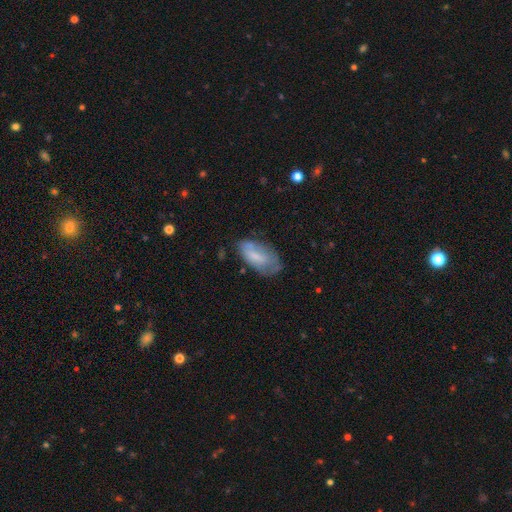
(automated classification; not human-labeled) Overall: smooth (63%; featured or disk 30%). How rounded: in between (91%). Merging: none (55%; minor disturbance 30%).